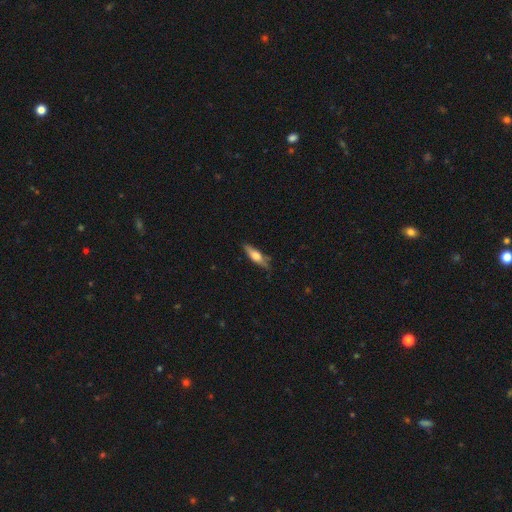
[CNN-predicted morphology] Smooth or featured: smooth — 58% (featured or disk — 36%)
How rounded: cigar-shaped — 58% (in between — 40%)
Merging: none — 74% (minor disturbance — 20%)